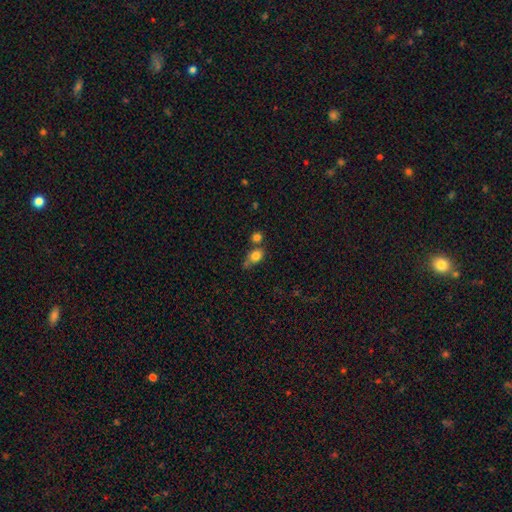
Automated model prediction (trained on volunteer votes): Smooth or featured? smooth (81%)
How rounded? in between (55%)
Merging? none (43%)